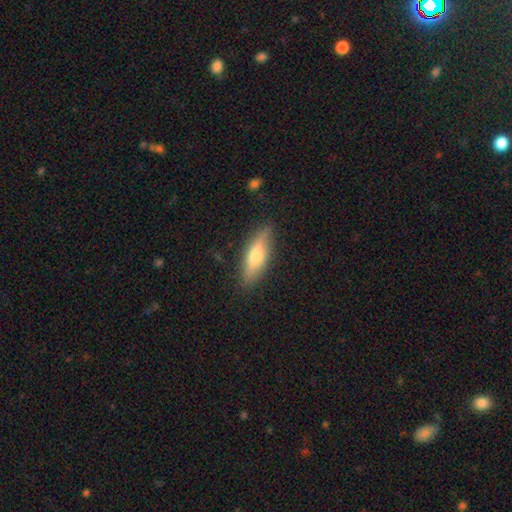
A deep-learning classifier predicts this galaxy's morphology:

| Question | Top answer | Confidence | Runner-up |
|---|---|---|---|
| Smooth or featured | smooth | 54% | featured or disk (40%) |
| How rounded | cigar-shaped | 58% | in between (40%) |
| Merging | none | 83% | minor disturbance (13%) |